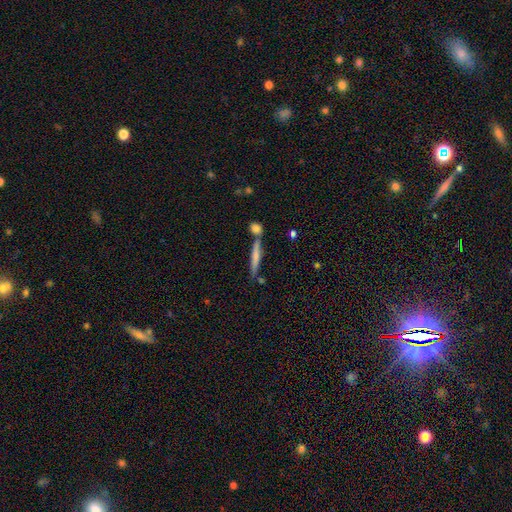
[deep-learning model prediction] Q: Smooth or featured?
A: smooth (59%); runner-up: featured or disk (35%)
Q: How rounded?
A: cigar-shaped (92%); runner-up: in between (6%)
Q: Merging?
A: none (68%); runner-up: merger (17%)